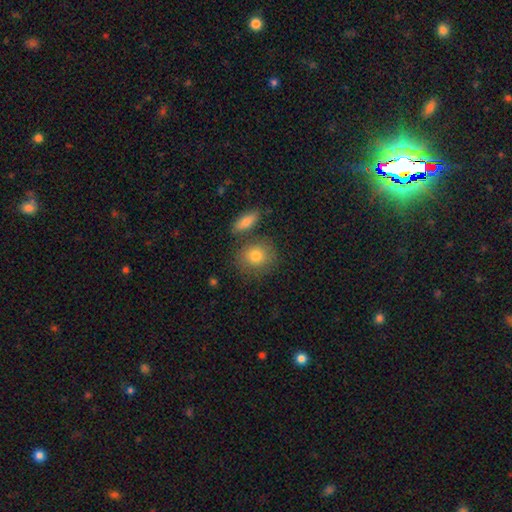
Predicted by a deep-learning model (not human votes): Smooth or featured: smooth — 80% (featured or disk — 12%)
How rounded: round — 71% (in between — 27%)
Merging: none — 72% (merger — 13%)